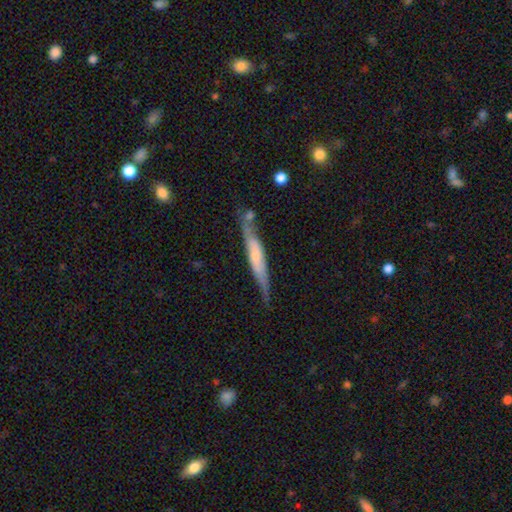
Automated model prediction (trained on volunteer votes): This appears to be a featured or disk galaxy (52%) viewed edge-on (84%). Merging: none (68%).